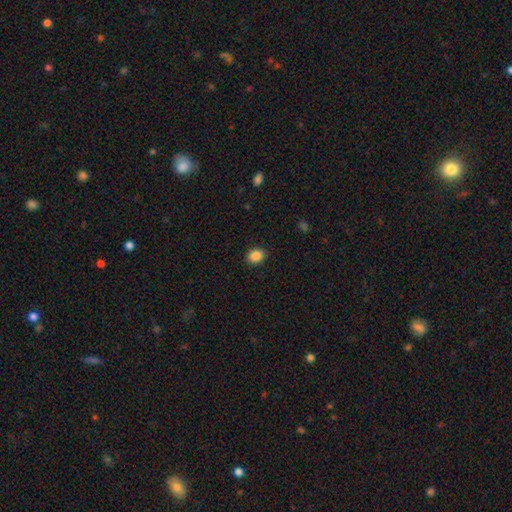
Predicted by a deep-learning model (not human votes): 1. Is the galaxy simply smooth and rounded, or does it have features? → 88% smooth, 9% star or artifact, 3% featured or disk.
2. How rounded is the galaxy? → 61% in between, 38% round, 1% cigar-shaped.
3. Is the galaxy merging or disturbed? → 90% none, 7% minor disturbance, 2% major disturbance, 1% merger.